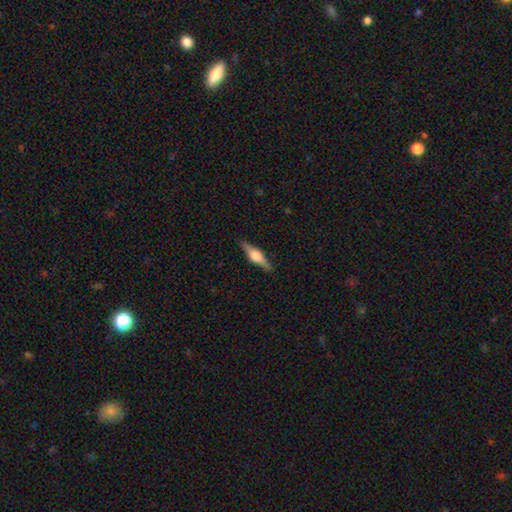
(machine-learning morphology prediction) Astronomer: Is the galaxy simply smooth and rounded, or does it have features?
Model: featured or disk — 68%.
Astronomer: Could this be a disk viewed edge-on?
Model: yes — 97%.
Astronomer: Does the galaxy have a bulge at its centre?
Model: rounded — 87%.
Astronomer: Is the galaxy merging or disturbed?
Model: none — 88%.